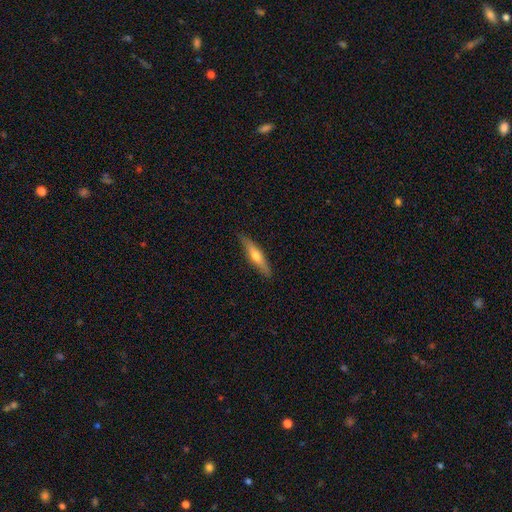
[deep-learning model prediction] smooth 50%, featured or disk 45%, star or artifact 6%. Down the decision tree: merging — none (86%).